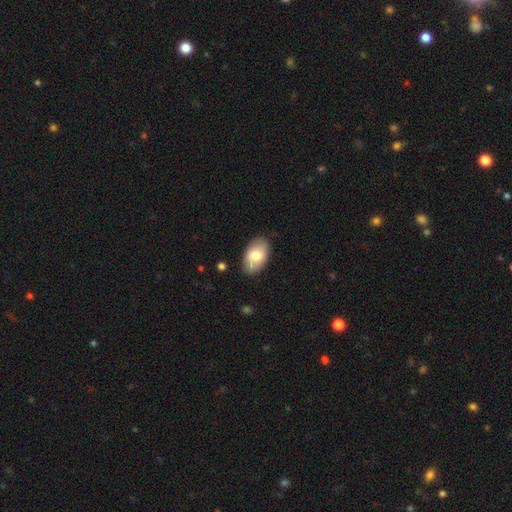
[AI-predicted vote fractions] This is likely a smooth galaxy (73%). How rounded: clearly in between (93%). Merging: clearly none (84%).